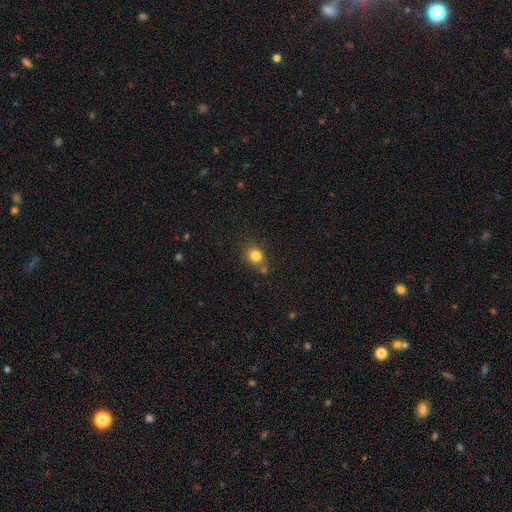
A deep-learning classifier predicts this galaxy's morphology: smooth-or-featured: smooth: 82% | star or artifact: 12% | featured or disk: 7%
  how-rounded: round: 67% | in between: 32% | cigar-shaped: 1%
  merging: none: 69% | minor disturbance: 15% | merger: 12% | major disturbance: 4%